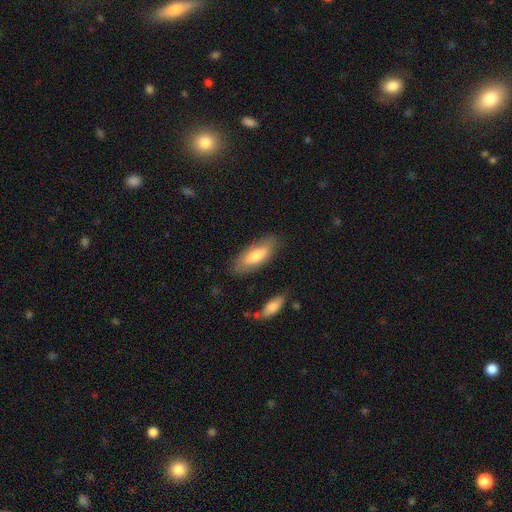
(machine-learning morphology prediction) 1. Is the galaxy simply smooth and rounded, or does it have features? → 71% smooth, 23% featured or disk, 6% star or artifact.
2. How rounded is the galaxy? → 75% in between, 23% cigar-shaped, 2% round.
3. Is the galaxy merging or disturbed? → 80% none, 14% minor disturbance, 3% major disturbance, 2% merger.